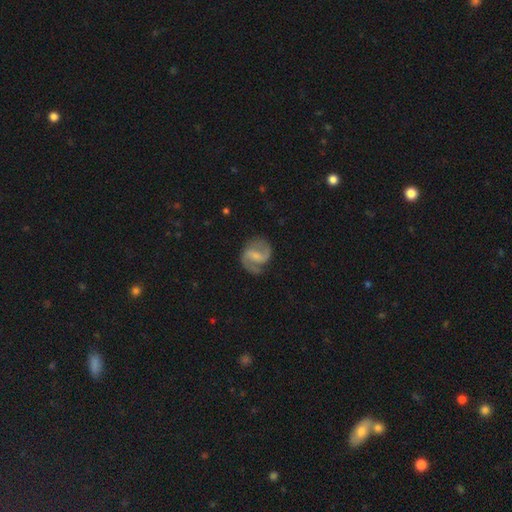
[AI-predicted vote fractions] Smooth or featured: featured or disk — 85% (smooth — 10%)
Edge-on disk: no — 98% (yes — 2%)
Bar: weak — 49% (strong — 31%)
Spiral arms: yes — 96% (no — 4%)
Spiral winding: medium — 56% (loose — 25%)
Spiral arm count: 2 — 91% (1 — 3%)
Bulge size: small — 49% (moderate — 24%)
Merging: none — 76% (minor disturbance — 15%)